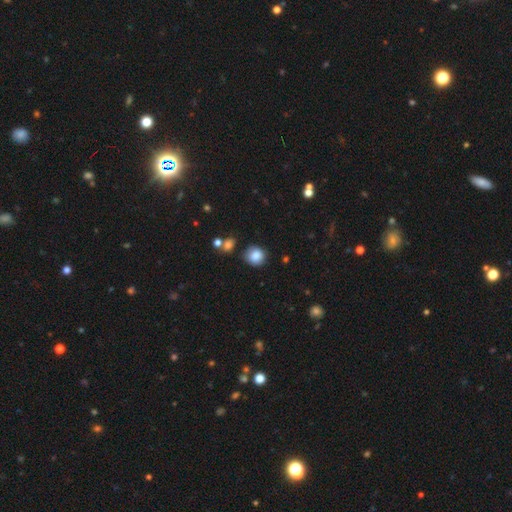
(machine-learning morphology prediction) This appears to be a smooth galaxy with no disk features (84%) that is round (86%). Merging: none (79%).